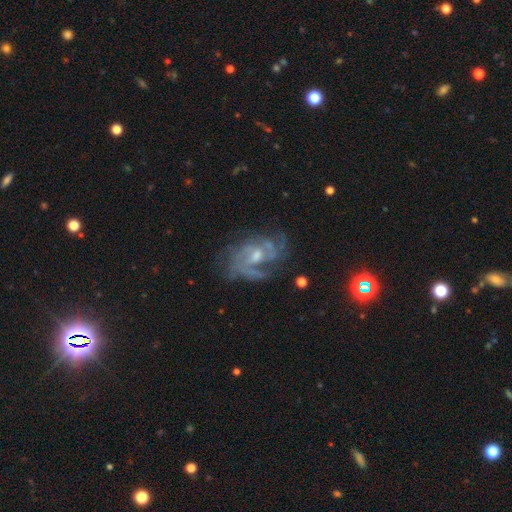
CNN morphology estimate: Q: Smooth or featured?
A: featured or disk (87%); runner-up: star or artifact (7%)
Q: Edge-on disk?
A: no (97%); runner-up: yes (3%)
Q: Bar?
A: weak (46%); runner-up: no (45%)
Q: Spiral arms?
A: yes (94%); runner-up: no (6%)
Q: Spiral winding?
A: medium (47%); runner-up: tight (39%)
Q: Spiral arm count?
A: 2 (32%); runner-up: 3 (25%)
Q: Bulge size?
A: moderate (51%); runner-up: small (39%)
Q: Merging?
A: none (62%); runner-up: minor disturbance (20%)